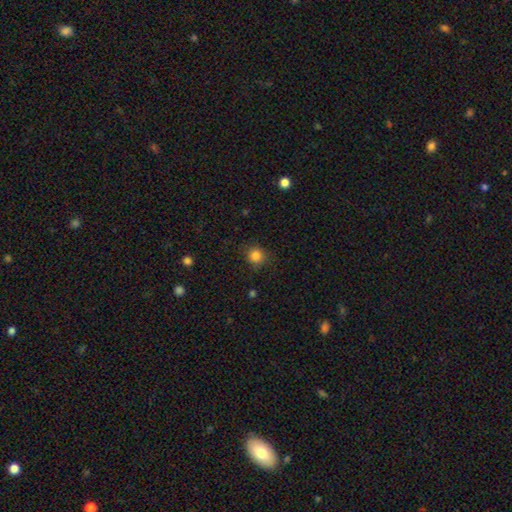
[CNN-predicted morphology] The model was most divided on "smooth or featured": smooth: 84%, star or artifact: 12%, featured or disk: 4%. More confident: how rounded — round (90%); merging — none (86%).